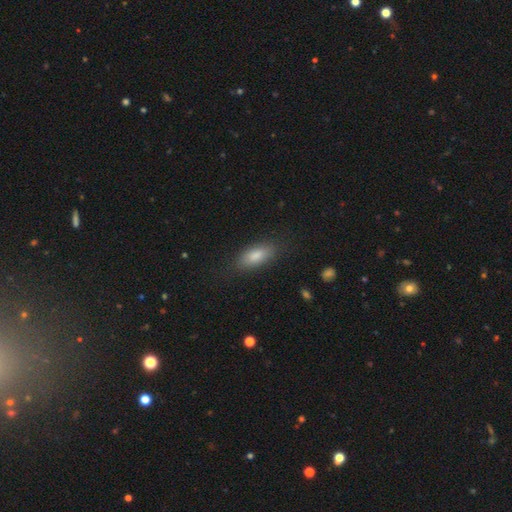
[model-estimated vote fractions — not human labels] Smooth or featured? Predicted: smooth (p=0.84). How rounded? Predicted: in between (p=0.82). Merging? Predicted: none (p=0.80).